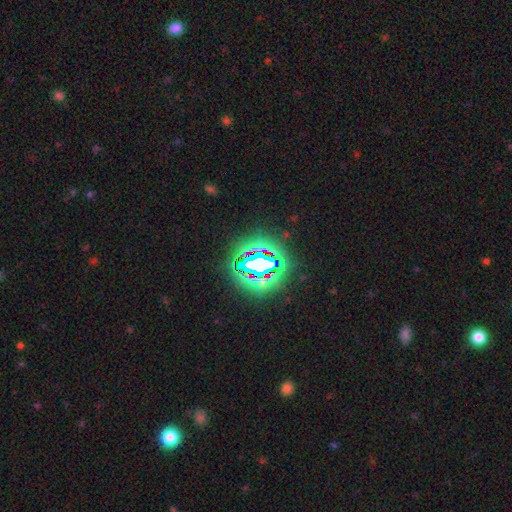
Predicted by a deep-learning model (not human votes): smooth-or-featured: star or artifact: 73% | smooth: 15% | featured or disk: 11%